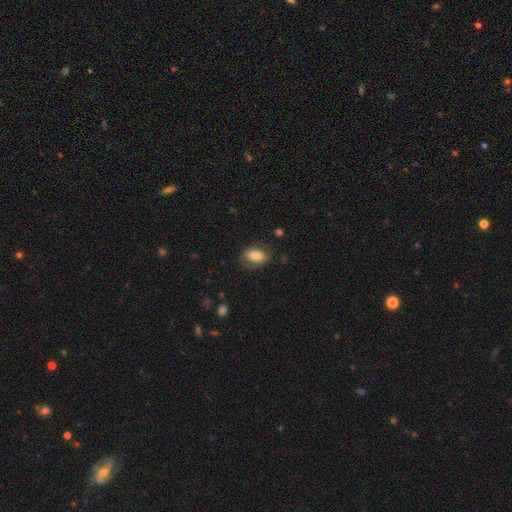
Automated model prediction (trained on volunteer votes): A smooth galaxy with no disk features (69%) that is in between round and cigar-shaped (84%). Merging: none (73%).